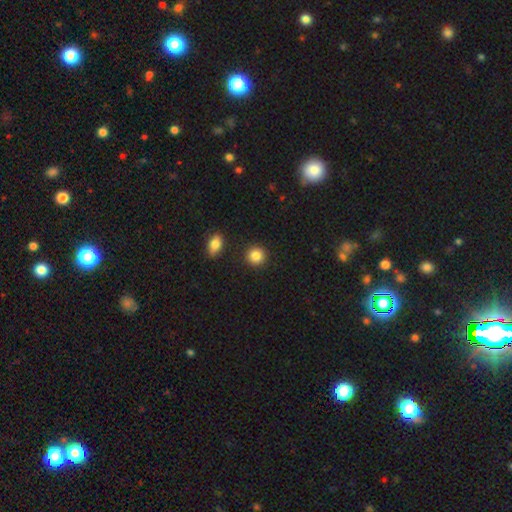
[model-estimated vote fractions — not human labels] This is clearly a smooth galaxy (87%). How rounded: clearly round (90%). Merging: clearly none (90%).